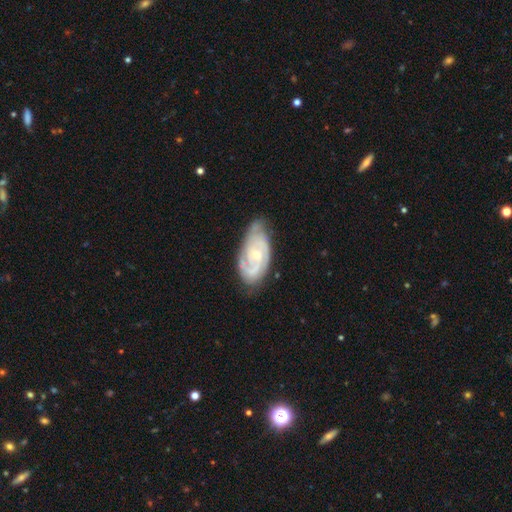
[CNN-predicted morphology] Overall: featured or disk (82%). Edge-on disk: no (96%). Bar: no (62%; weak 32%). Spiral arms: yes (95%). Spiral arm count: 2 (47%; can't tell 23%). Spiral winding: tight (61%; medium 33%). Bulge size: small (62%; moderate 31%). Merging: none (65%; minor disturbance 26%).